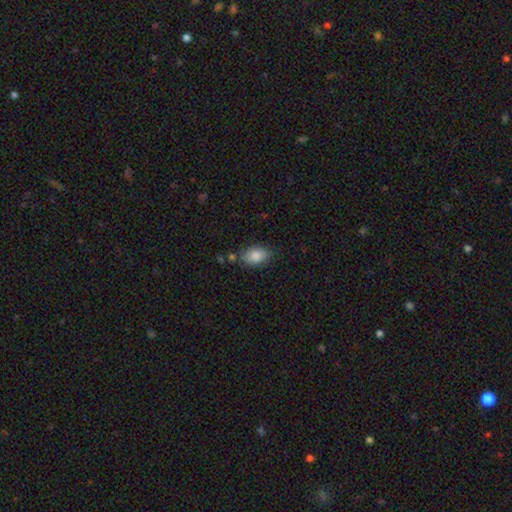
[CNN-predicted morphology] This is clearly a smooth galaxy (85%). How rounded: clearly in between (87%). Merging: likely none (74%).